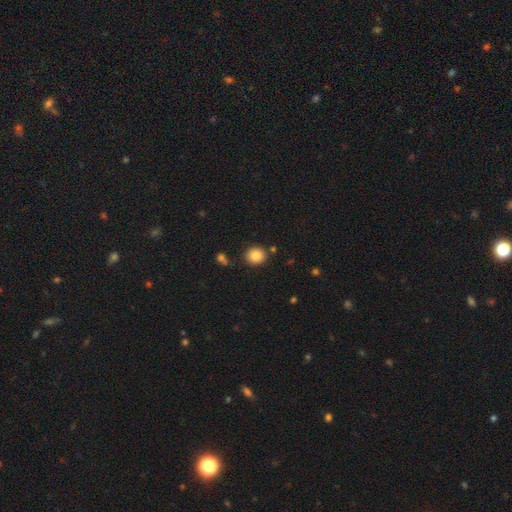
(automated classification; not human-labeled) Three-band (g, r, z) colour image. It shows a smooth galaxy with no disk features (86%) that is round (86%). Merging: none (84%).